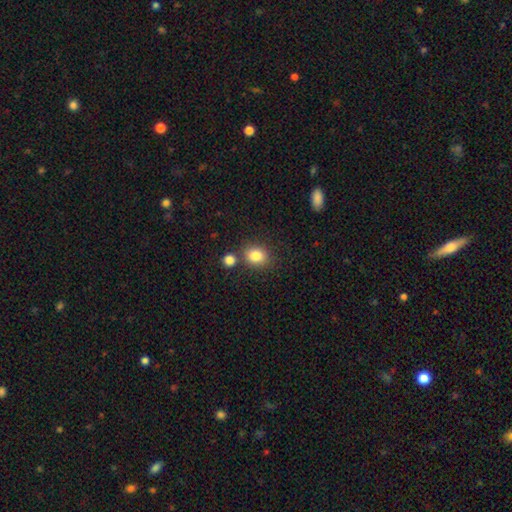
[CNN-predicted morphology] type=smooth (84%); roundness=round (59%); merging=none (70%).